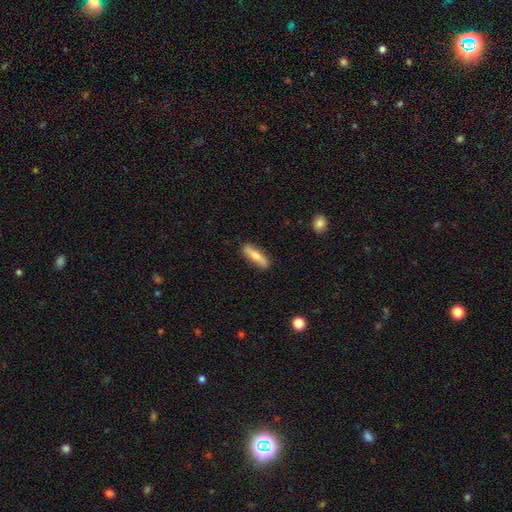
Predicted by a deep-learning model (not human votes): Morphology: type=smooth (68%); roundness=cigar-shaped (73%); merging=none (86%).